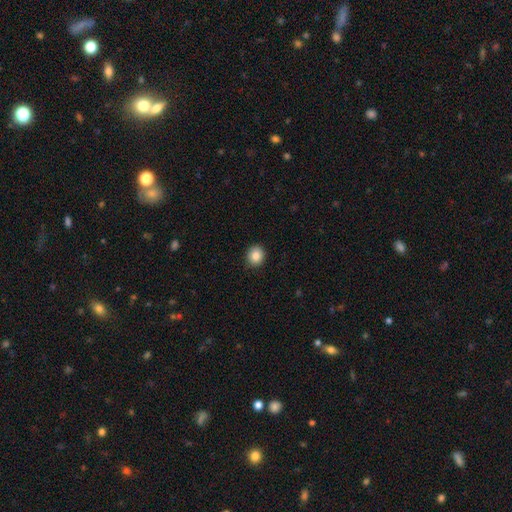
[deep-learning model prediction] Smooth or featured: smooth — 86% (star or artifact — 9%)
How rounded: round — 81% (in between — 18%)
Merging: none — 89% (minor disturbance — 8%)